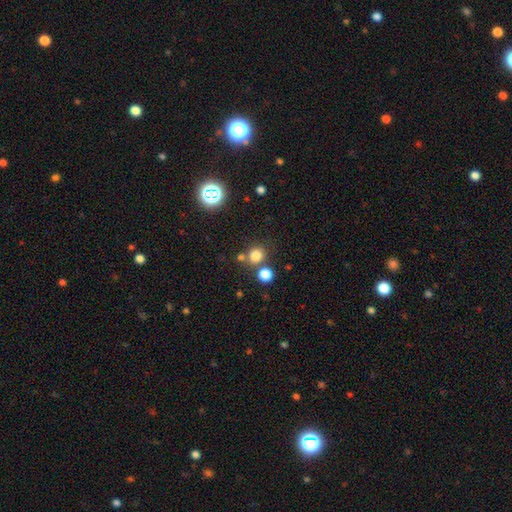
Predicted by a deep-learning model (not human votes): The model was most divided on "merging": none: 71%, merger: 16%, minor disturbance: 9%, major disturbance: 4%. More confident: how rounded — round (83%); smooth or featured — smooth (79%).